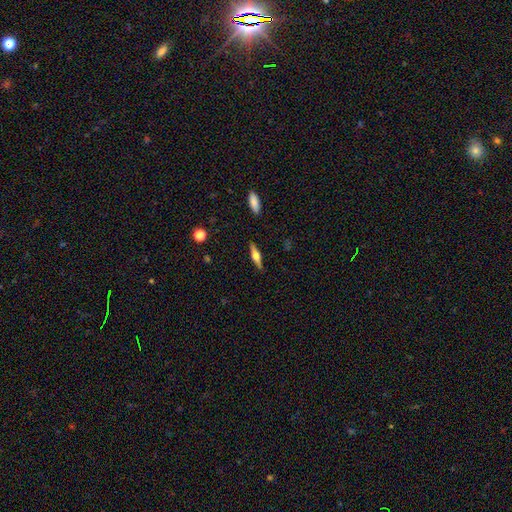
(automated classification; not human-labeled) featured or disk 63%, smooth 30%, star or artifact 6%. Down the decision tree: edge-on disk — yes (96%); edge-on bulge — rounded (91%); merging — none (88%).